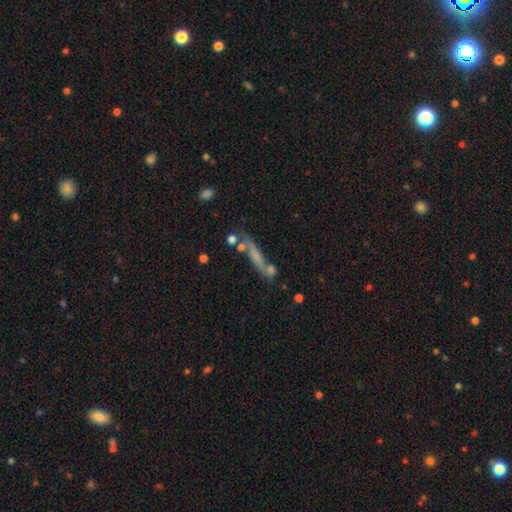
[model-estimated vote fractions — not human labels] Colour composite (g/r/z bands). It shows a smooth galaxy with no disk features (53%) that is cigar-shaped (87%). Merging: none (58%).